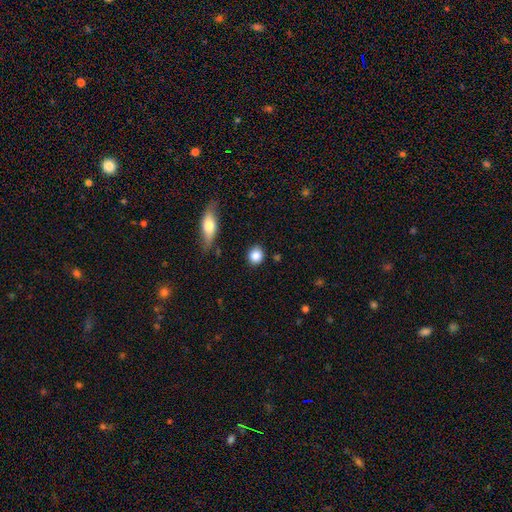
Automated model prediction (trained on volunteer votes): This is clearly a smooth galaxy (85%). How rounded: likely round (76%). Merging: clearly none (88%).